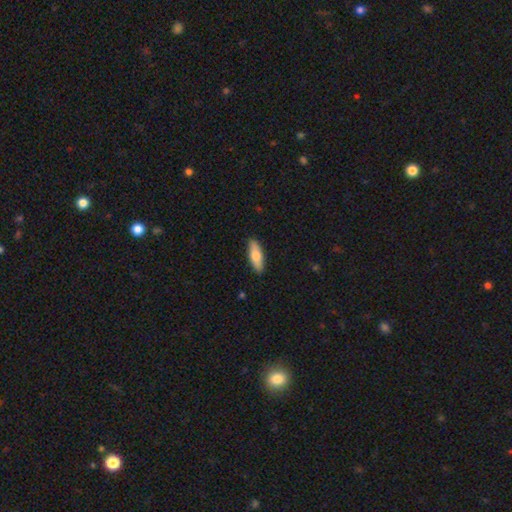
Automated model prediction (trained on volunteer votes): This appears to be a smooth galaxy with no disk features (72%) that is in between round and cigar-shaped (58%). Merging: none (89%).